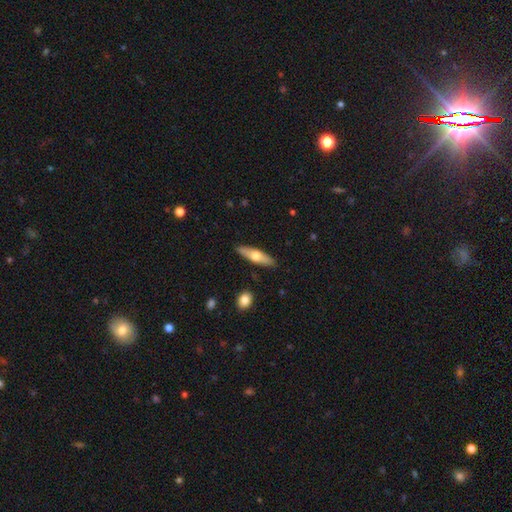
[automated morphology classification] Smooth or featured?
  - smooth: 53% *
  - featured or disk: 41%
  - star or artifact: 6%
How rounded?
  - cigar-shaped: 62% *
  - in between: 36%
  - round: 2%
Merging?
  - none: 88% *
  - minor disturbance: 9%
  - major disturbance: 2%
  - merger: 2%